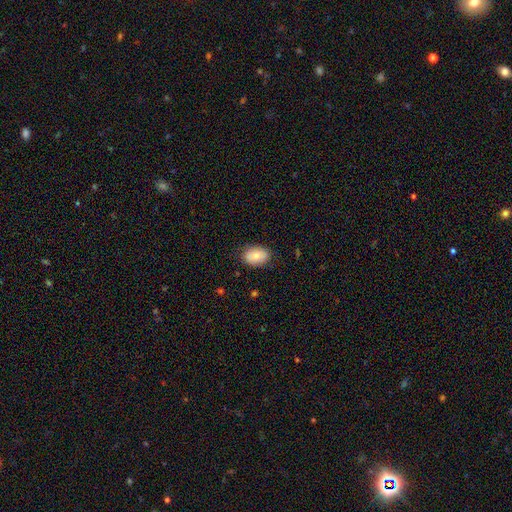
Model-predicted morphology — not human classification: Smooth or featured? Predicted: smooth (p=0.78). How rounded? Predicted: in between (p=0.81). Merging? Predicted: none (p=0.81).